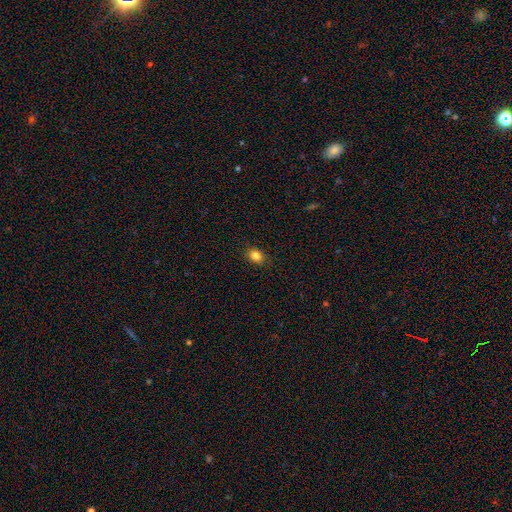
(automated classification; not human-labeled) The model was most divided on "how rounded": in between: 60%, round: 39%, cigar-shaped: 1%. More confident: merging — none (88%); smooth or featured — smooth (84%).